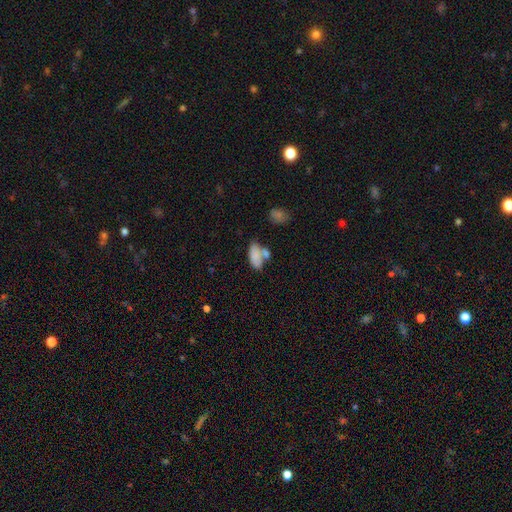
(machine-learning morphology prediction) This is clearly a smooth galaxy (80%). How rounded: clearly in between (92%). Merging: marginally none (38%, tied with merger).